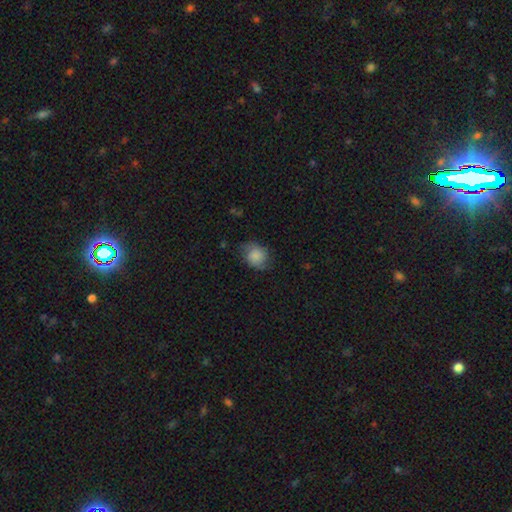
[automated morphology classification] Q: Smooth or featured?
A: smooth (76%); runner-up: featured or disk (16%)
Q: How rounded?
A: round (59%); runner-up: in between (40%)
Q: Merging?
A: none (61%); runner-up: minor disturbance (28%)